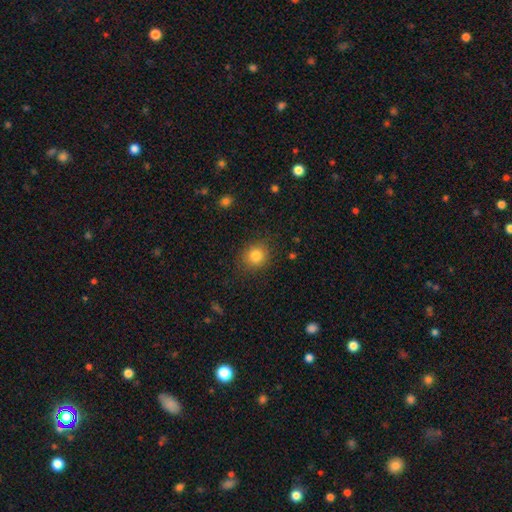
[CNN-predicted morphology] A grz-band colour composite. It shows a smooth galaxy with no disk features (83%) that is round (78%). Merging: none (86%).